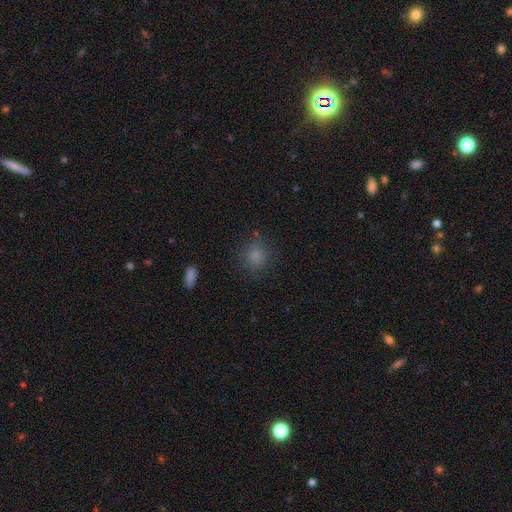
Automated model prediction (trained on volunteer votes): A smooth galaxy with no disk features (81%) that is round (82%).

Vote fractions:
- Smooth or featured? smooth: 81% / star or artifact: 13% / featured or disk: 6%
- How rounded? round: 82% / in between: 16% / cigar-shaped: 1%
- Merging? none: 79% / minor disturbance: 13% / major disturbance: 5% / merger: 2%